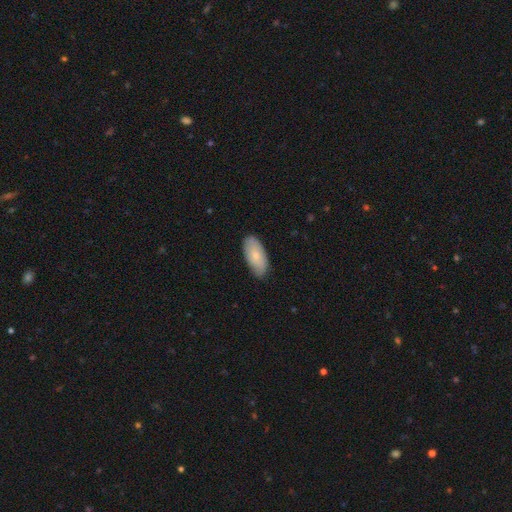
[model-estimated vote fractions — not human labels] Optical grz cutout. It shows a smooth galaxy with no disk features (76%) that is in between round and cigar-shaped (92%). Merging: none (83%).